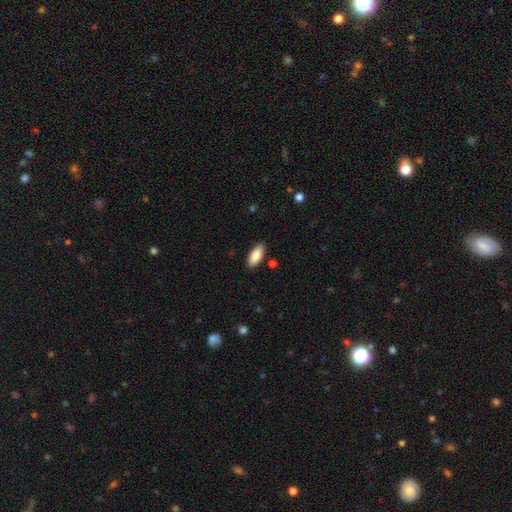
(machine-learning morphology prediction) This is clearly a smooth galaxy (87%). How rounded: clearly in between (88%). Merging: clearly none (86%).